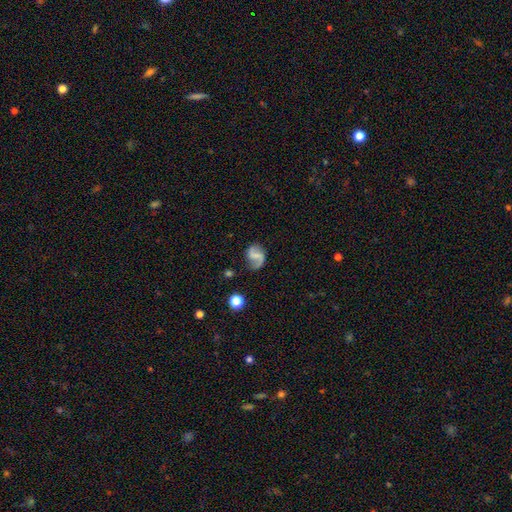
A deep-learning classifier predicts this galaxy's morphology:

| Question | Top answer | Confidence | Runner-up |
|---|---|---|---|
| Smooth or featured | featured or disk | 76% | smooth (16%) |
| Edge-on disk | no | 98% | yes (2%) |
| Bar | weak | 42% | strong (33%) |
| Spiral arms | yes | 94% | no (6%) |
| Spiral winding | loose | 54% | medium (35%) |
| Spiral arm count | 2 | 86% | 1 (8%) |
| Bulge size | none | 58% | small (26%) |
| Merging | none | 74% | minor disturbance (16%) |